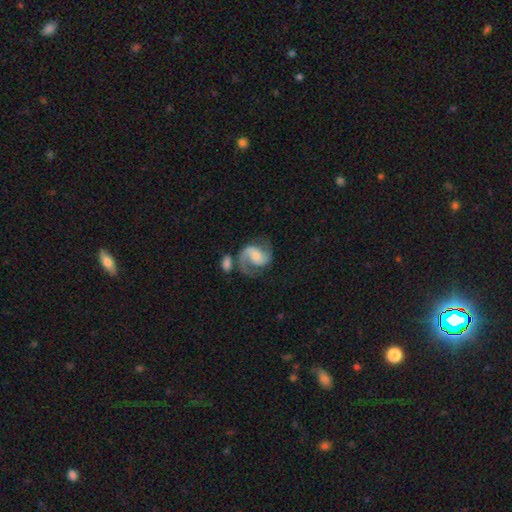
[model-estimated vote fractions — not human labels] Smooth or featured? Predicted: featured or disk (p=0.88). Edge-on disk? Predicted: no (p=0.98). Bar? Predicted: no (p=0.46). Spiral arms? Predicted: yes (p=0.97). Spiral winding? Predicted: medium (p=0.56). Spiral arm count? Predicted: 2 (p=0.90). Bulge size? Predicted: small (p=0.44). Merging? Predicted: none (p=0.60).